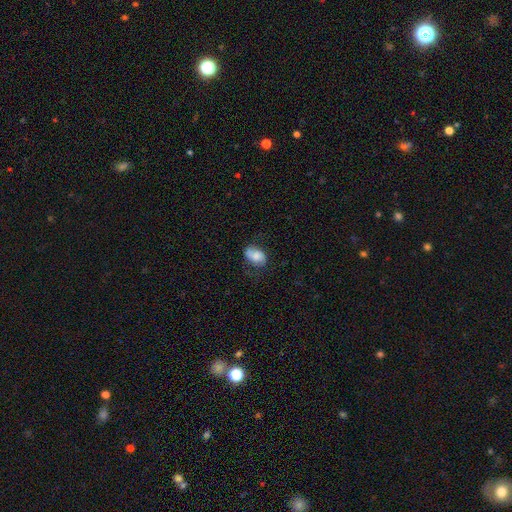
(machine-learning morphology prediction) Q: Smooth or featured?
A: smooth (67%); runner-up: featured or disk (25%)
Q: How rounded?
A: in between (85%); runner-up: round (13%)
Q: Merging?
A: none (57%); runner-up: minor disturbance (29%)